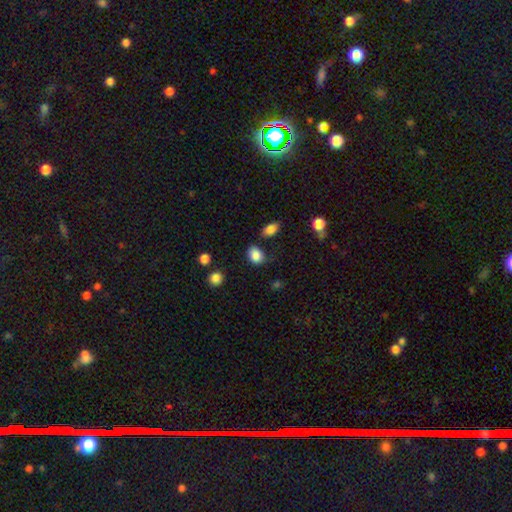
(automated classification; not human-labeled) Smooth or featured? Predicted: smooth (p=0.85). How rounded? Predicted: in between (p=0.57). Merging? Predicted: none (p=0.66).